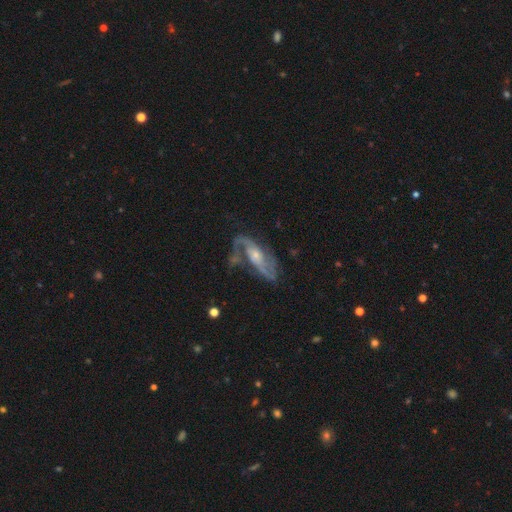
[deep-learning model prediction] Smooth or featured? featured or disk (85%)
Edge-on disk? no (93%)
Bar? no (51%)
Spiral arms? yes (94%)
Spiral winding? medium (46%)
Spiral arm count? 2 (81%)
Bulge size? small (52%)
Merging? none (55%)